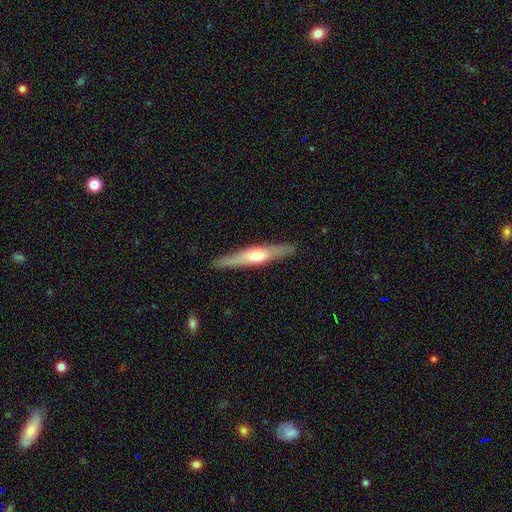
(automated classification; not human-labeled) smooth-or-featured: featured or disk: 59% | smooth: 35% | star or artifact: 6%
  disk-edge-on: yes: 94% | no: 6%
    edge-on-bulge: rounded: 80% | boxy: 10% | none: 9%
  merging: none: 90% | minor disturbance: 8% | major disturbance: 2% | merger: 1%